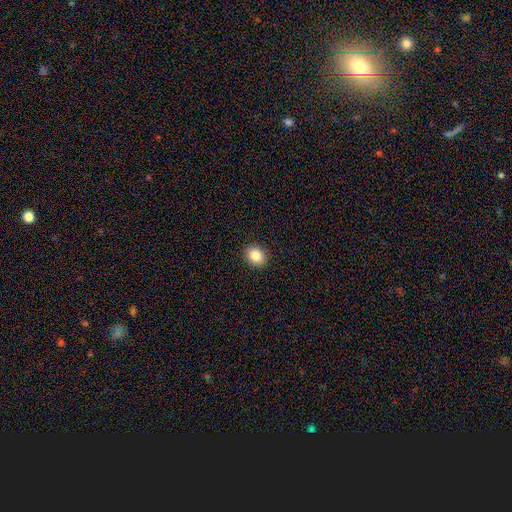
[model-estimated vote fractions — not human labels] A smooth galaxy with no disk features (85%) that is round (54%). Merging: none (92%).